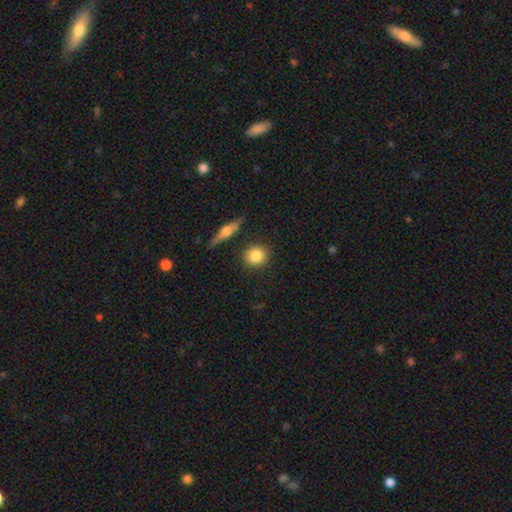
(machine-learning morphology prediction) A smooth galaxy with no disk features (81%) that is round (82%).

Vote fractions:
- Smooth or featured? smooth: 81% / featured or disk: 11% / star or artifact: 8%
- How rounded? round: 82% / in between: 16% / cigar-shaped: 3%
- Merging? none: 85% / minor disturbance: 8% / merger: 4% / major disturbance: 2%